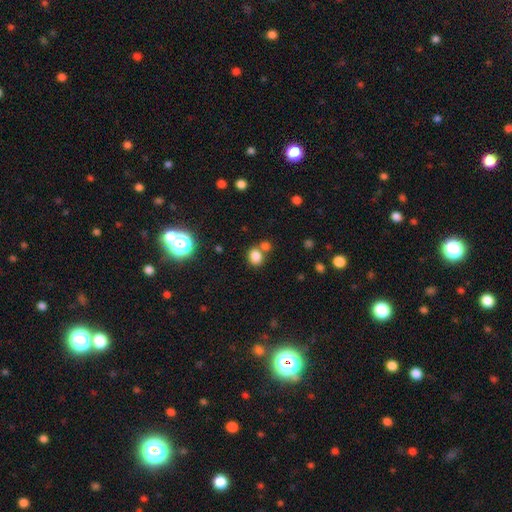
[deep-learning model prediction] This appears to be a smooth galaxy with no disk features (81%) that is round (62%). Merging: none (58%).